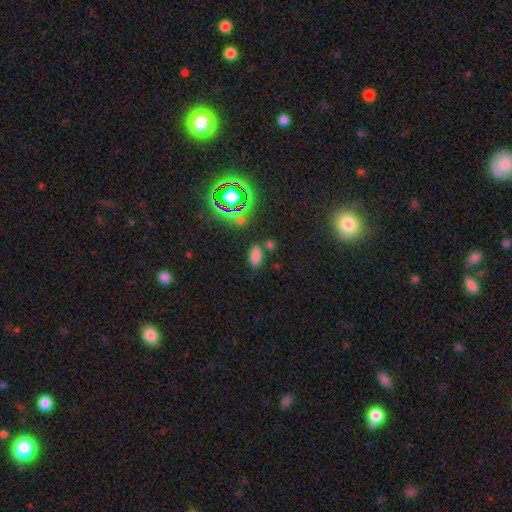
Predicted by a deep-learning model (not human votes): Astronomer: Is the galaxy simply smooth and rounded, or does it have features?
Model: smooth — 73%.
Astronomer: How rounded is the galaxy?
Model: in between — 92%.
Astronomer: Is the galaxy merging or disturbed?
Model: none — 77%.